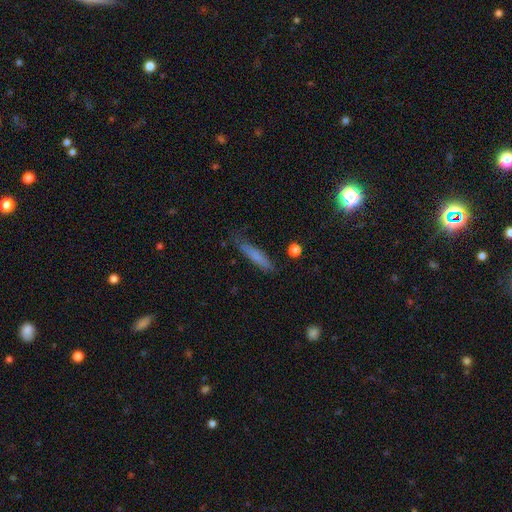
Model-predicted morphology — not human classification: This is likely a smooth galaxy (72%). How rounded: clearly cigar-shaped (88%). Merging: likely none (70%).